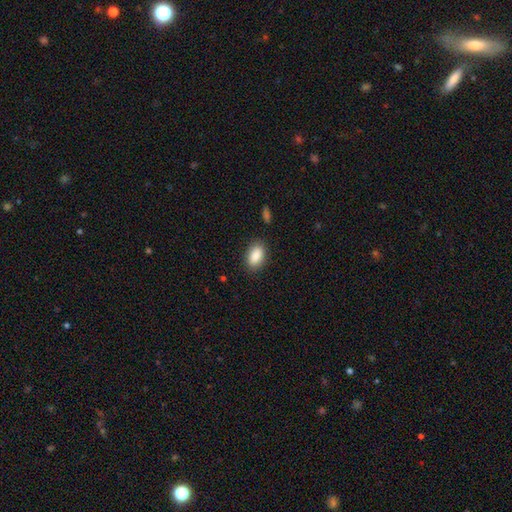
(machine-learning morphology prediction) Overall: smooth (87%). How rounded: in between (91%). Merging: none (86%).